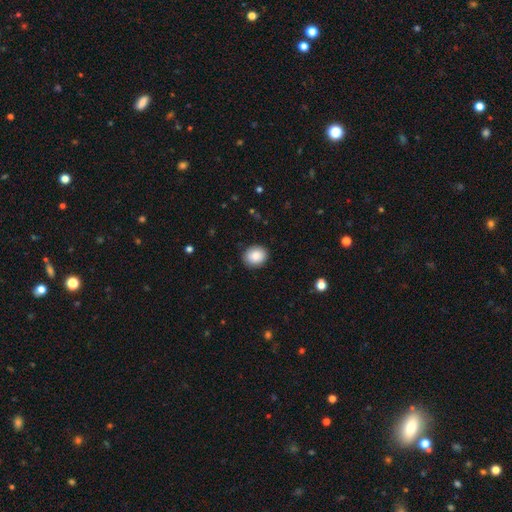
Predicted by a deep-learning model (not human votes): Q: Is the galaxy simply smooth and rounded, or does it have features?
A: smooth — 86%.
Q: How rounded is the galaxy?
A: round — 65%.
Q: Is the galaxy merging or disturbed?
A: none — 89%.